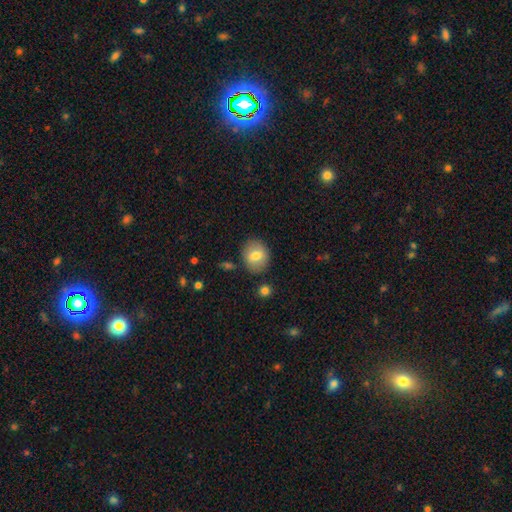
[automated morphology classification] The model was most divided on "how rounded": round: 65%, in between: 34%, cigar-shaped: 1%. More confident: merging — none (83%); smooth or featured — smooth (75%).